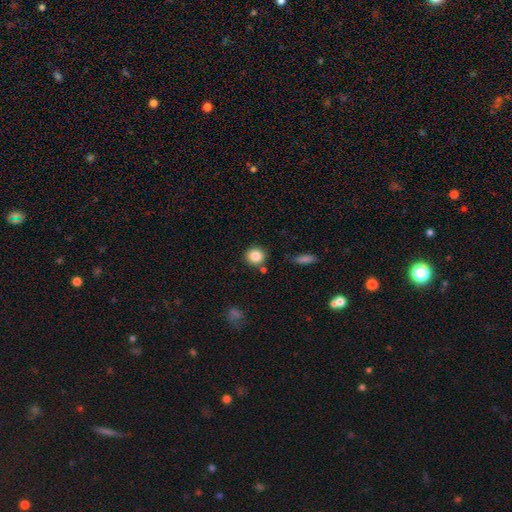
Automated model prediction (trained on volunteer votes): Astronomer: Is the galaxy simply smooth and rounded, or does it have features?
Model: smooth — 84%.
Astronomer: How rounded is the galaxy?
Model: round — 88%.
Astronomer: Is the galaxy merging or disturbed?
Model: none — 83%.